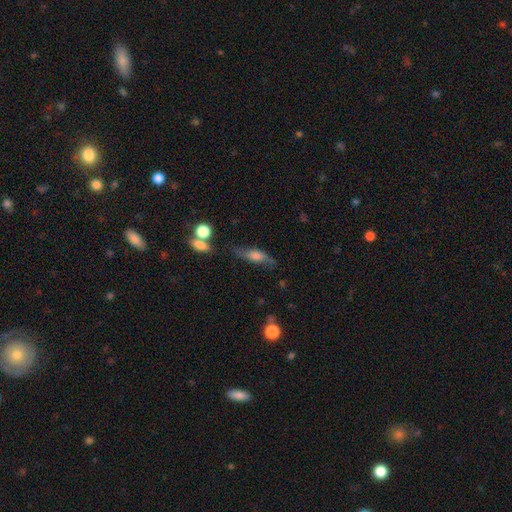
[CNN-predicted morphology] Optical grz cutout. It shows a featured or disk galaxy (52%) viewed edge-on (58%). Merging: none (64%).